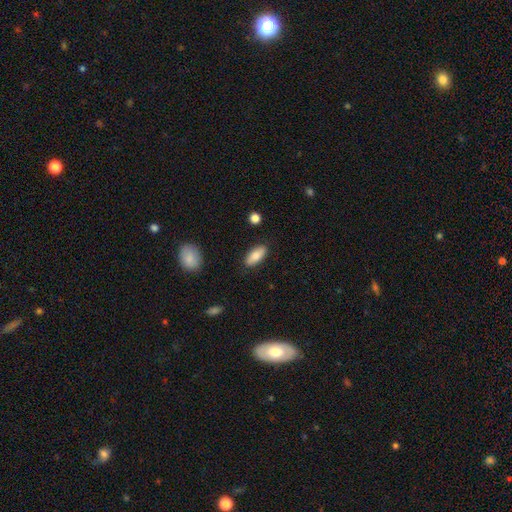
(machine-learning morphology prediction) Smooth or featured? smooth (80%)
How rounded? in between (85%)
Merging? none (86%)